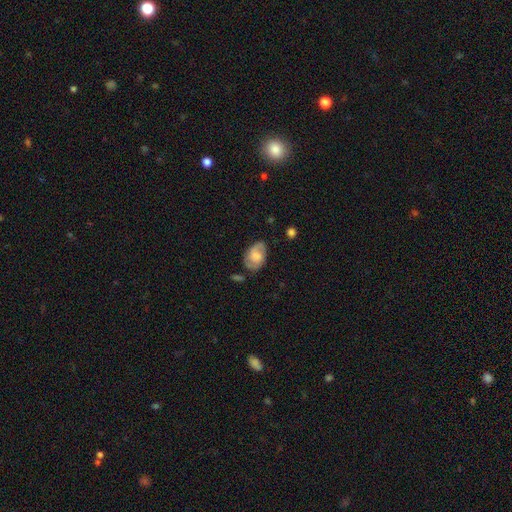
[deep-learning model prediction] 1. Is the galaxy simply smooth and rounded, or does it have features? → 50% featured or disk, 43% smooth, 7% star or artifact.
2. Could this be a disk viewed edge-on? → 96% no, 4% yes.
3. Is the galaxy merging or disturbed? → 64% none, 25% minor disturbance, 8% major disturbance, 4% merger.